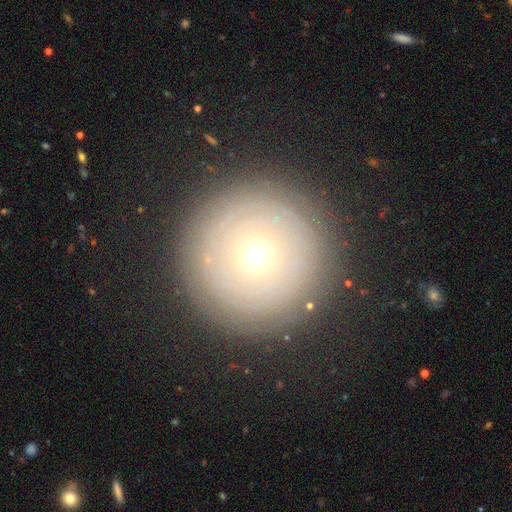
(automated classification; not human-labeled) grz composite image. It shows a smooth galaxy with no disk features (51%) that is round (96%). Merging: none (87%).